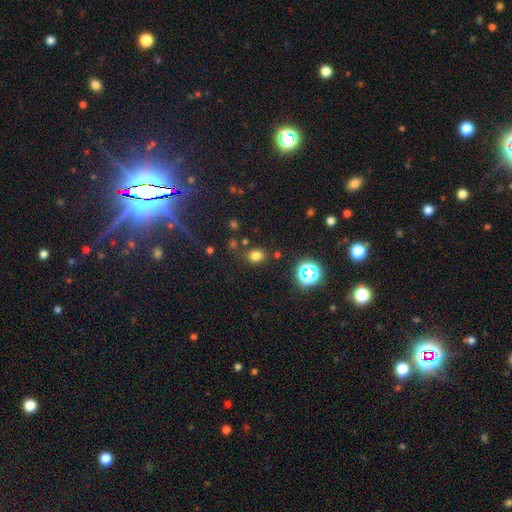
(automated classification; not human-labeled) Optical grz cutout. It shows a smooth galaxy with no disk features (75%) that is round (58%). Merging: none (79%).